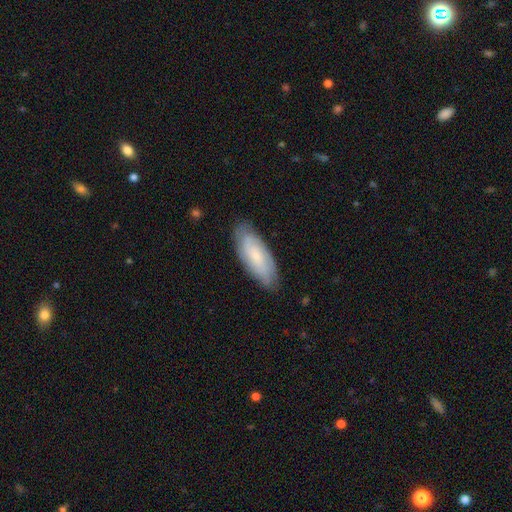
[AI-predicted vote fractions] The model was most divided on "smooth or featured": smooth: 51%, featured or disk: 42%, star or artifact: 7%. More confident: merging — none (80%); how rounded — in between (76%).